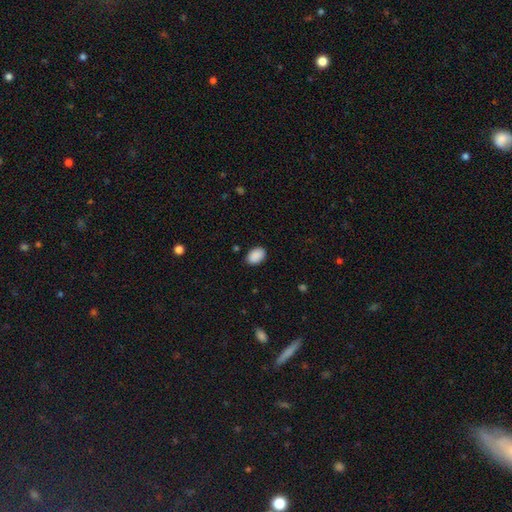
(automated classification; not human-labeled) This is clearly a smooth galaxy (90%). How rounded: clearly in between (86%). Merging: clearly none (86%).